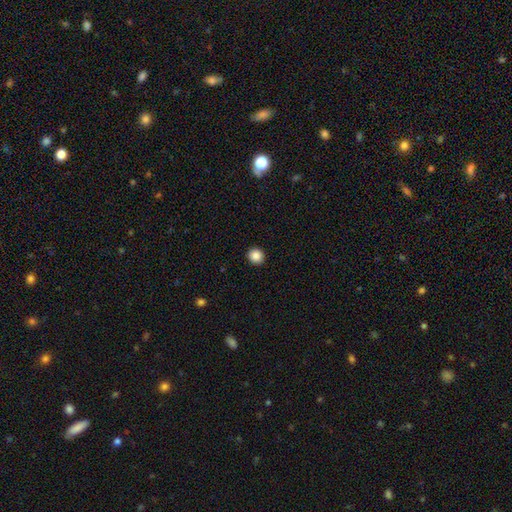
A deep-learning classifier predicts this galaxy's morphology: A smooth galaxy with no disk features (87%) that is round (91%). Merging: none (93%).